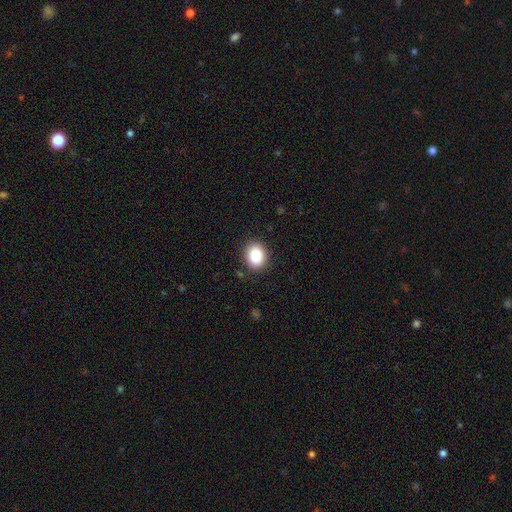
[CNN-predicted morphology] Smooth or featured: smooth — 88% (star or artifact — 8%)
How rounded: round — 50% (in between — 49%)
Merging: none — 88% (minor disturbance — 8%)